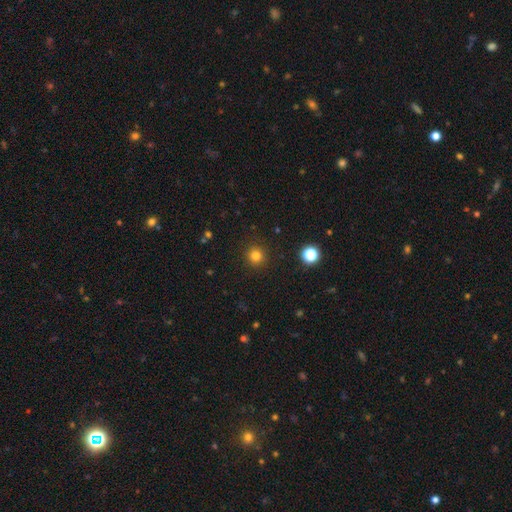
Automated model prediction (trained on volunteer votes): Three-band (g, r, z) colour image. It shows a smooth galaxy with no disk features (81%) that is round (94%). Merging: none (91%).